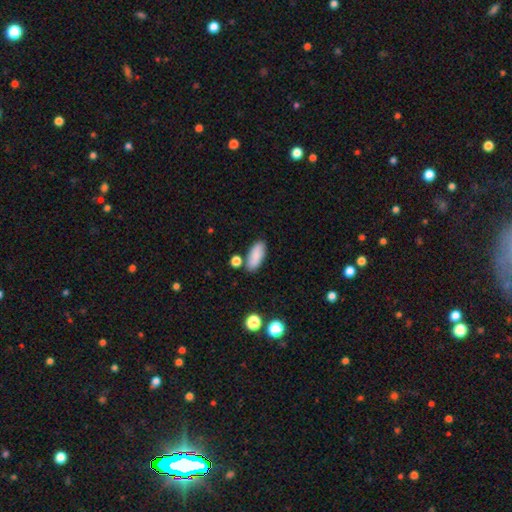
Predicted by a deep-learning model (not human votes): Smooth or featured: smooth — 84% (featured or disk — 9%)
How rounded: in between — 84% (cigar-shaped — 14%)
Merging: none — 76% (minor disturbance — 13%)